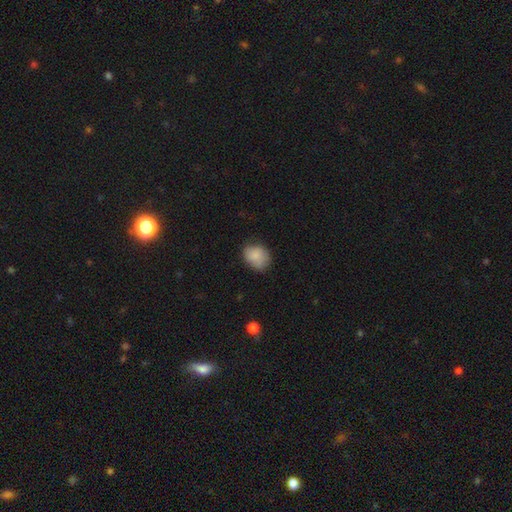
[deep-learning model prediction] Smooth or featured?
  - smooth: 86% *
  - star or artifact: 8%
  - featured or disk: 6%
How rounded?
  - in between: 52% *
  - round: 47%
  - cigar-shaped: 1%
Merging?
  - none: 68% *
  - minor disturbance: 26%
  - major disturbance: 5%
  - merger: 1%